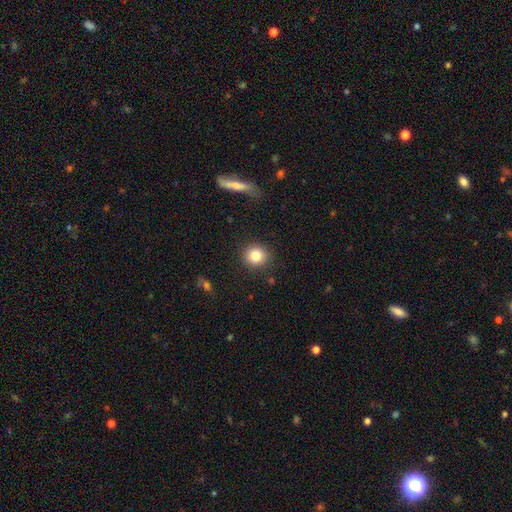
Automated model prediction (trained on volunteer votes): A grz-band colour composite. It shows a smooth galaxy with no disk features (83%) that is round (88%). Merging: none (89%).